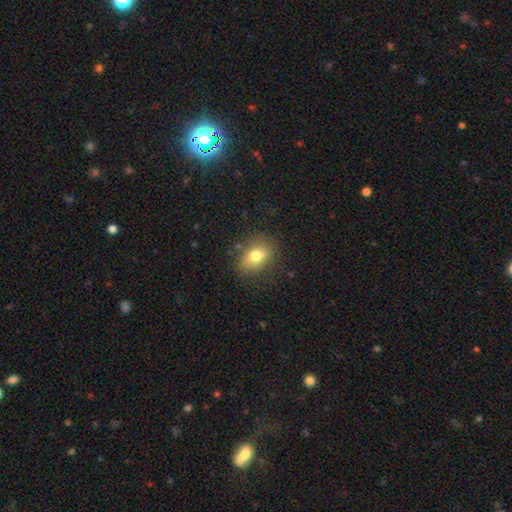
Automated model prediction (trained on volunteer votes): This is likely a smooth galaxy (76%). How rounded: likely in between (69%). Merging: likely none (78%).